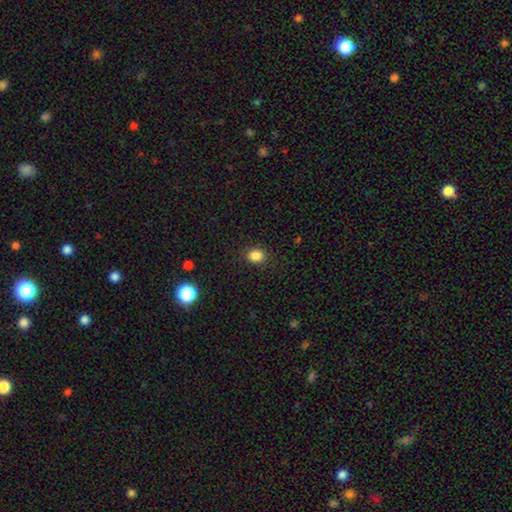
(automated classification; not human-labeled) Q: Smooth or featured?
A: smooth (85%); runner-up: star or artifact (11%)
Q: How rounded?
A: round (59%); runner-up: in between (40%)
Q: Merging?
A: none (88%); runner-up: minor disturbance (8%)